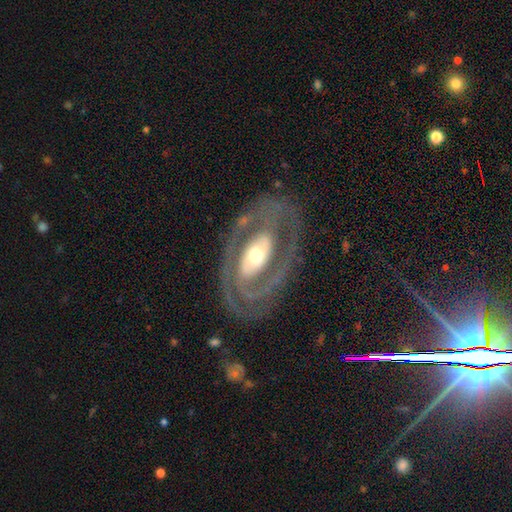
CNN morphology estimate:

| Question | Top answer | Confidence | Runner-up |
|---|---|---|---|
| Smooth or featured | featured or disk | 86% | smooth (9%) |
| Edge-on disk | no | 95% | yes (5%) |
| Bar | no | 45% | strong (29%) |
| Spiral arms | yes | 85% | no (15%) |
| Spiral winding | tight | 56% | medium (33%) |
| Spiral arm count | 2 | 69% | can't tell (14%) |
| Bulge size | moderate | 61% | small (21%) |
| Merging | none | 77% | minor disturbance (13%) |